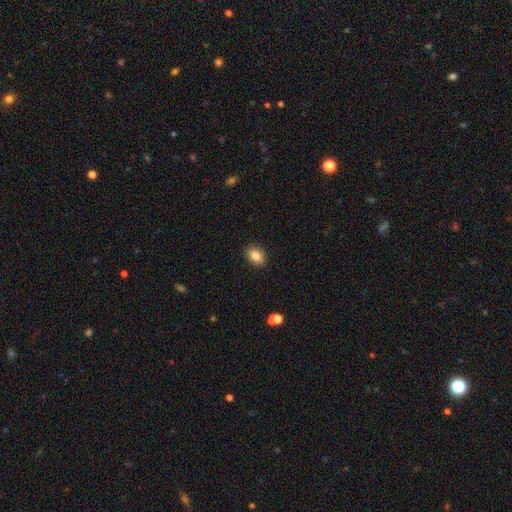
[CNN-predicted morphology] Smooth or featured: smooth — 85% (star or artifact — 9%)
How rounded: in between — 80% (round — 19%)
Merging: none — 89% (minor disturbance — 8%)